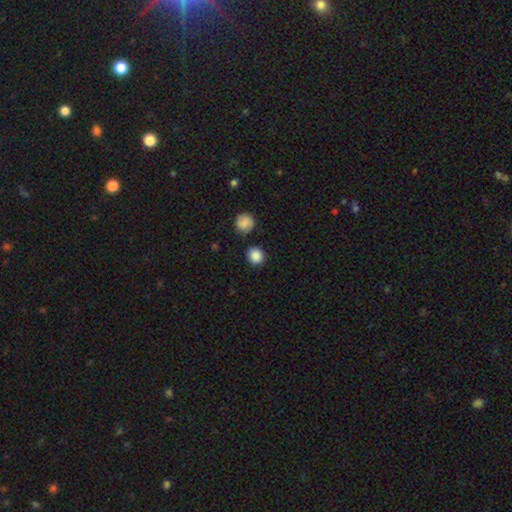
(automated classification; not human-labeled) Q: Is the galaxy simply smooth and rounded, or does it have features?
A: smooth — 87%.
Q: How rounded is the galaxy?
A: round — 87%.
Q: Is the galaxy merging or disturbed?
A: none — 84%.